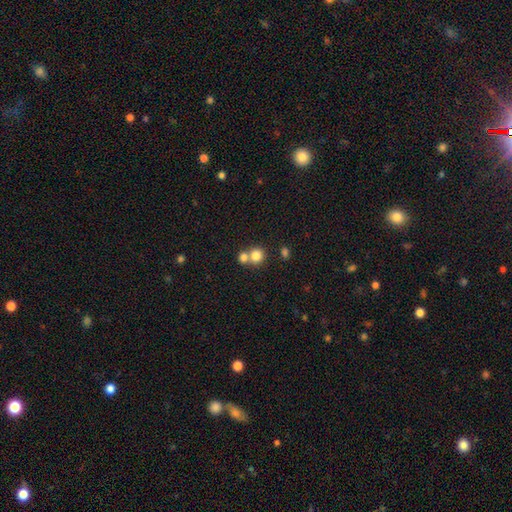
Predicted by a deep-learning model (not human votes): smooth 80%, star or artifact 11%, featured or disk 9%. Down the decision tree: how rounded — round (85%); merging — merger (47%).